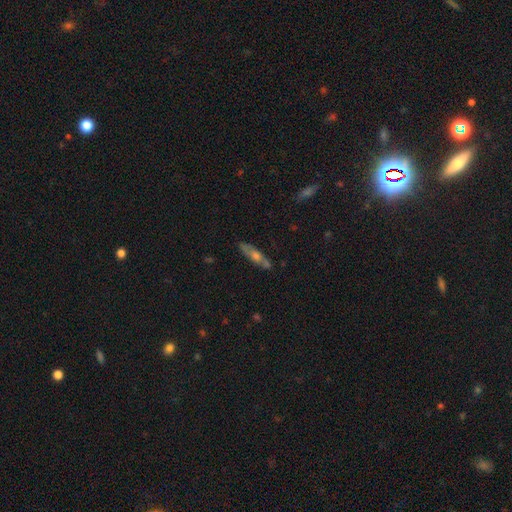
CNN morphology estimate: Q: Smooth or featured?
A: featured or disk (56%); runner-up: smooth (35%)
Q: Edge-on disk?
A: yes (67%); runner-up: no (33%)
Q: Merging?
A: none (76%); runner-up: minor disturbance (15%)